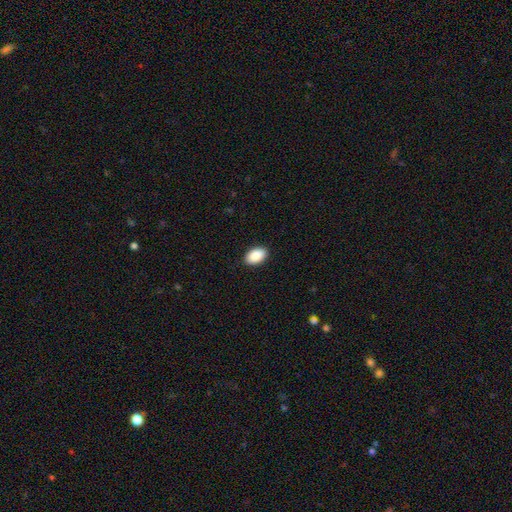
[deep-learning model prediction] Smooth or featured: smooth — 90% (star or artifact — 7%)
How rounded: in between — 92% (round — 7%)
Merging: none — 89% (minor disturbance — 8%)